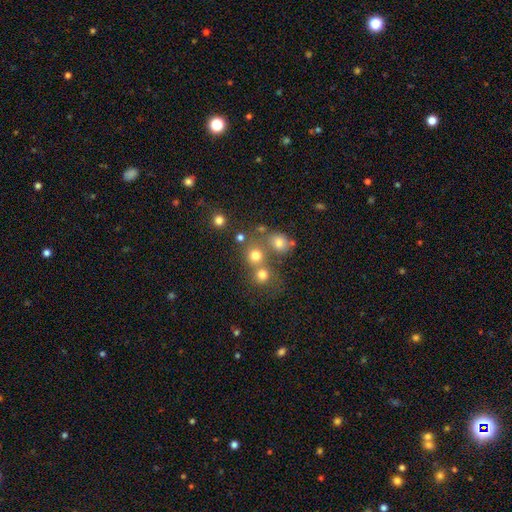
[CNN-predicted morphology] Smooth or featured? smooth (74%)
How rounded? round (86%)
Merging? none (57%)